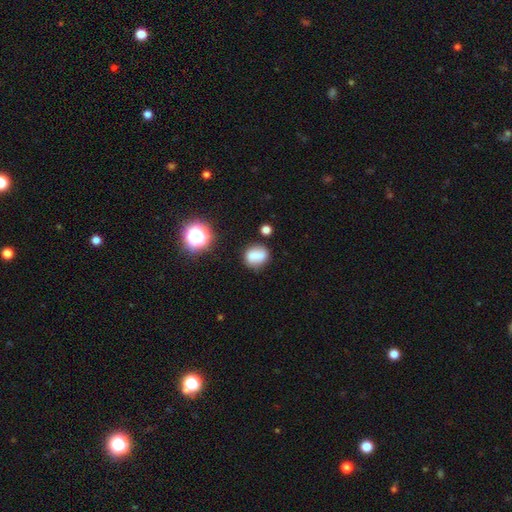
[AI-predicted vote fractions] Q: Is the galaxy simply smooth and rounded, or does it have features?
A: smooth — 72%.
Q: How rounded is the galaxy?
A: round — 49%, tied with in between.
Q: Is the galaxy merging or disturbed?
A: none — 65%.